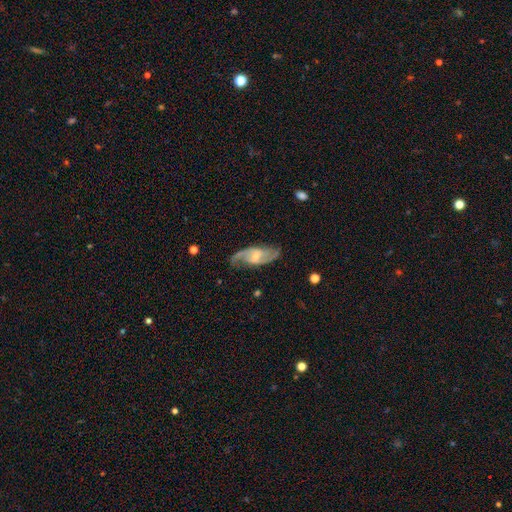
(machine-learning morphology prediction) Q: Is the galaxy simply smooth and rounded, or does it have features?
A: featured or disk — 86%.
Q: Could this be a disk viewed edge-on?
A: no — 95%.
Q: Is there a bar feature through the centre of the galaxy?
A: weak — 54%.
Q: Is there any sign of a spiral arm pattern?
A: yes — 96%.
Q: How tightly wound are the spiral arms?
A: medium — 49%.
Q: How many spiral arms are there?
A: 2 — 90%.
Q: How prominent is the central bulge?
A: small — 53%.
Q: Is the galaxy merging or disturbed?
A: none — 77%.